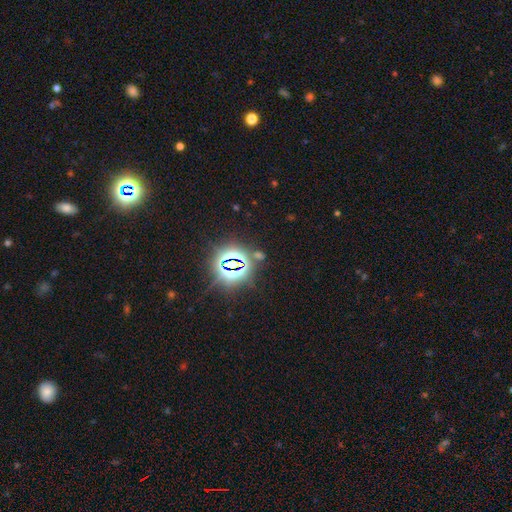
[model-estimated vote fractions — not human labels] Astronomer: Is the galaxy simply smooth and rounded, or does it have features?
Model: star or artifact — 80%.